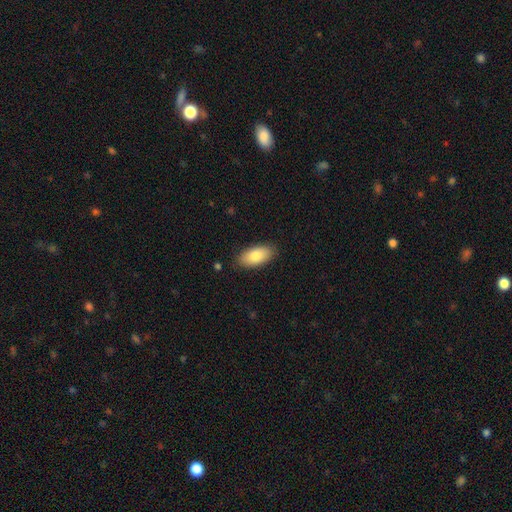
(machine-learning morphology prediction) Smooth or featured?
  - smooth: 83% *
  - featured or disk: 11%
  - star or artifact: 6%
How rounded?
  - in between: 92% *
  - cigar-shaped: 6%
  - round: 2%
Merging?
  - none: 87% *
  - minor disturbance: 10%
  - major disturbance: 2%
  - merger: 1%